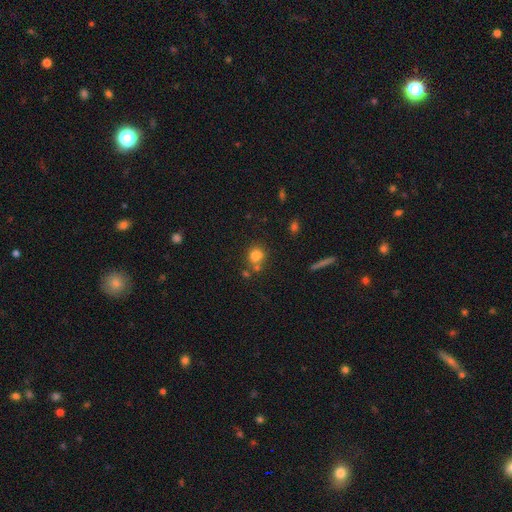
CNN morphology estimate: This appears to be a smooth galaxy with no disk features (77%) that is round (72%). Merging: none (57%).